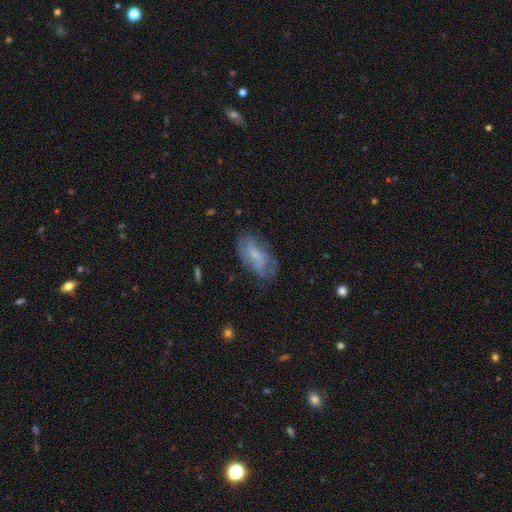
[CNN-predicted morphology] Smooth or featured? smooth (49%)
Merging? none (54%)